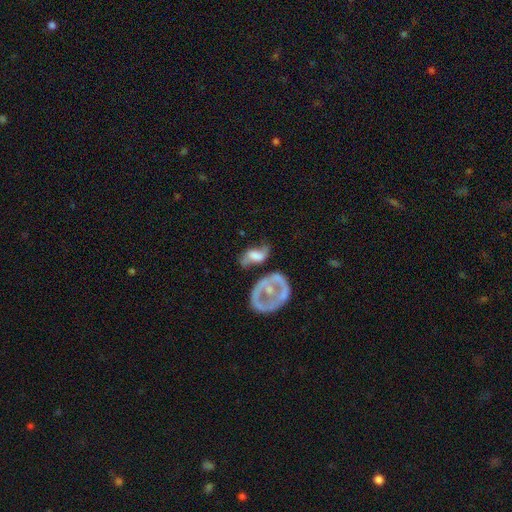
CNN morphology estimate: The model was most divided on "merging": major disturbance: 31%, none: 29%, minor disturbance: 21%, merger: 19%. More confident: edge-on disk — no (94%); smooth or featured — featured or disk (52%).